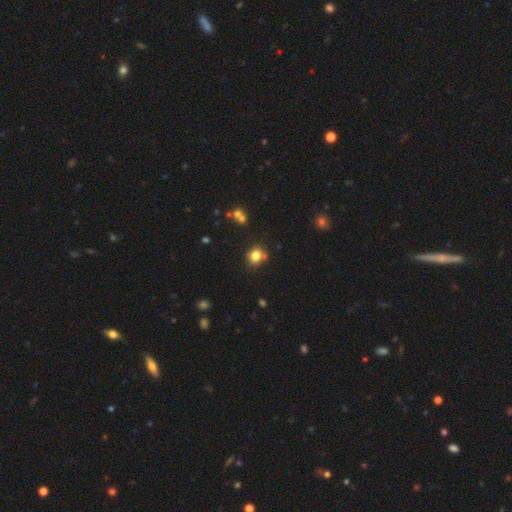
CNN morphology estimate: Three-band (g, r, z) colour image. It shows a smooth galaxy with no disk features (79%) that is round (76%). Merging: none (71%).